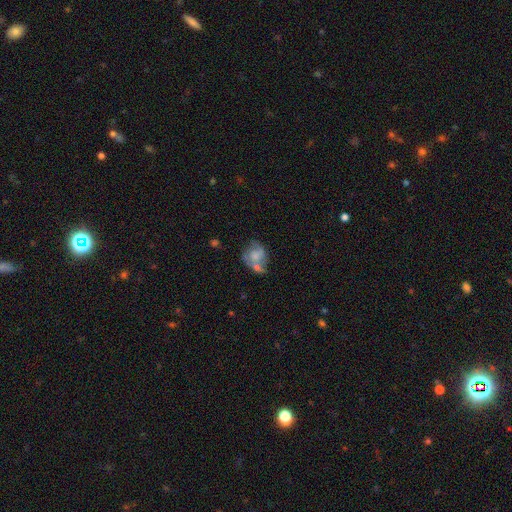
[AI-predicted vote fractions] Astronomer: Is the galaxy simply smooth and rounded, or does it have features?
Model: smooth — 47% (runner-up: featured or disk, 45%).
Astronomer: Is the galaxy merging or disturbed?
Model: merger — 37% (runner-up: none, 29%).